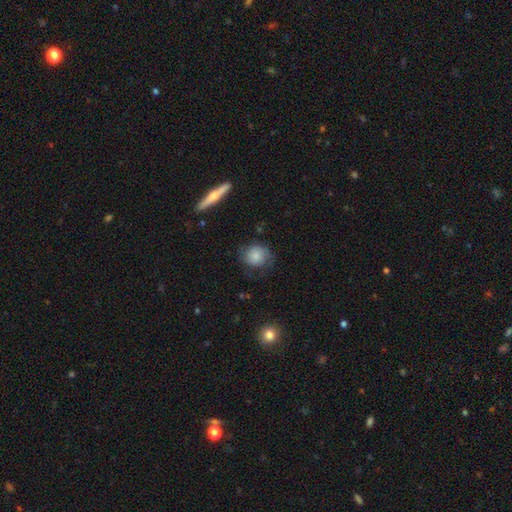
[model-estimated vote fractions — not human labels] Smooth or featured? Predicted: smooth (p=0.65). How rounded? Predicted: round (p=0.79). Merging? Predicted: none (p=0.62).